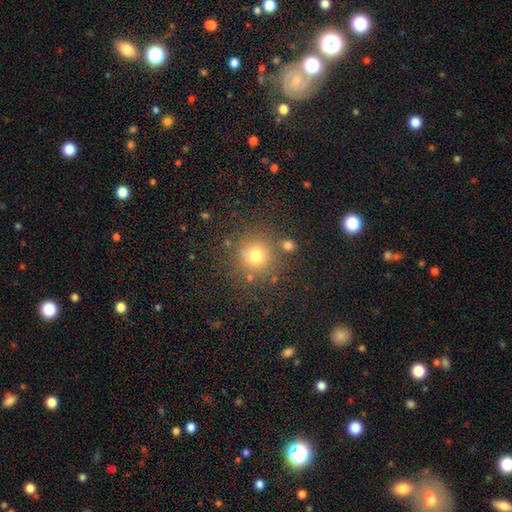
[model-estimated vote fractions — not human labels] A smooth galaxy with no disk features (73%) that is round (92%). Merging: none (79%).